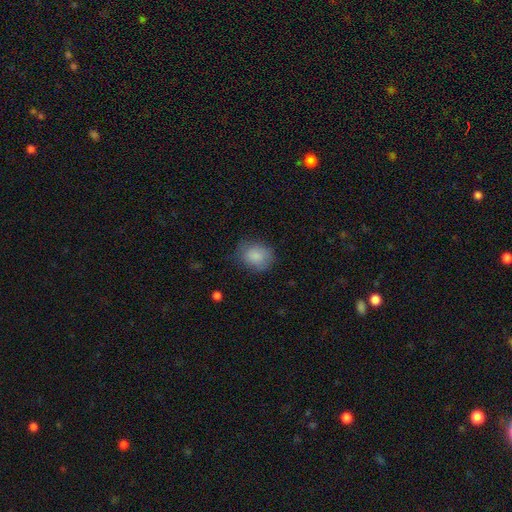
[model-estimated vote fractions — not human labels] Smooth or featured: smooth — 85% (featured or disk — 7%)
How rounded: in between — 56% (round — 43%)
Merging: none — 67% (minor disturbance — 24%)